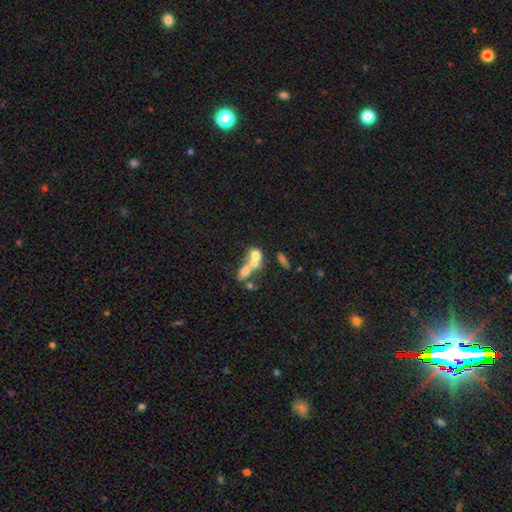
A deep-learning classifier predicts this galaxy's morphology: This appears to be a smooth galaxy with no disk features (60%) that is in between round and cigar-shaped (52%). Merging: merger (64%).